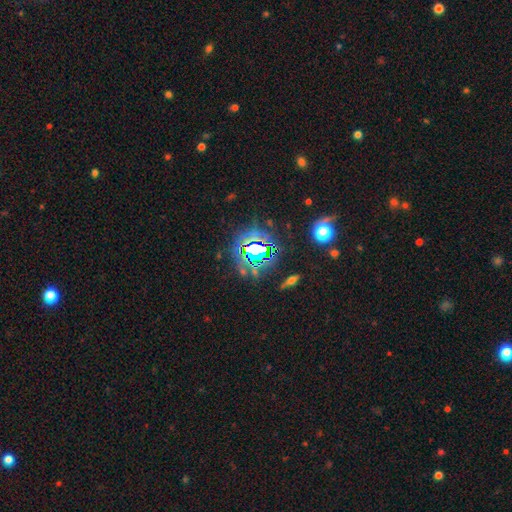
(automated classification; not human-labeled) This appears to be a star or artifact, not a galaxy (74%).